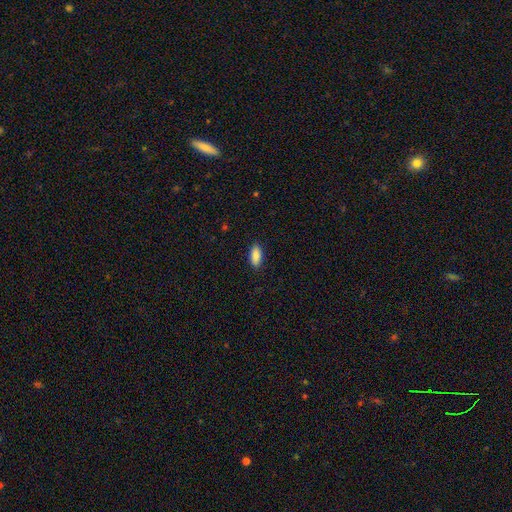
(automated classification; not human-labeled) Q: Smooth or featured?
A: smooth (89%); runner-up: star or artifact (7%)
Q: How rounded?
A: in between (86%); runner-up: cigar-shaped (12%)
Q: Merging?
A: none (89%); runner-up: minor disturbance (8%)